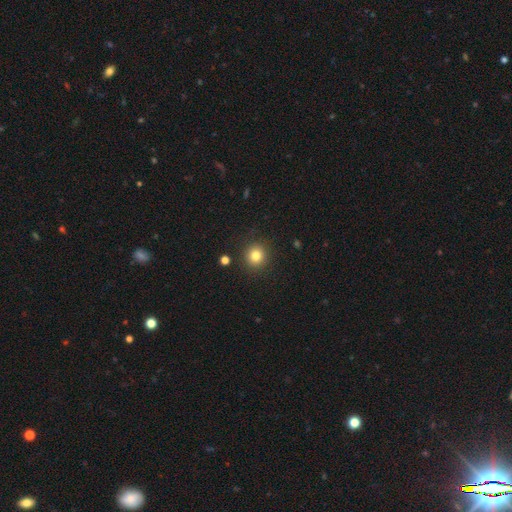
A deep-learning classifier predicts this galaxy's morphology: Smooth or featured?
  - smooth: 81% *
  - star or artifact: 12%
  - featured or disk: 7%
How rounded?
  - round: 91% *
  - in between: 8%
  - cigar-shaped: 1%
Merging?
  - none: 90% *
  - minor disturbance: 6%
  - major disturbance: 2%
  - merger: 2%